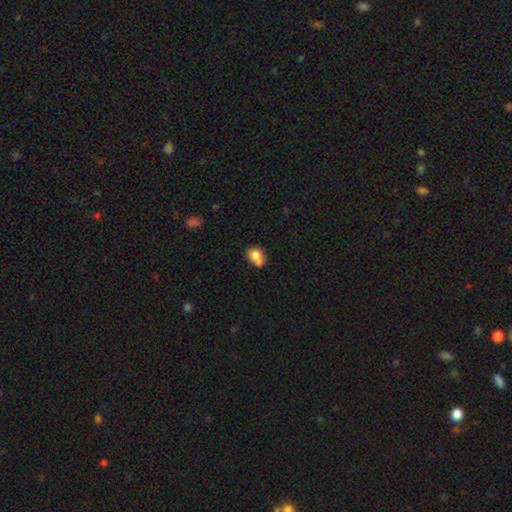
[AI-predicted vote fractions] Q: Smooth or featured?
A: smooth (76%); runner-up: featured or disk (15%)
Q: How rounded?
A: round (56%); runner-up: in between (43%)
Q: Merging?
A: merger (47%); runner-up: none (33%)